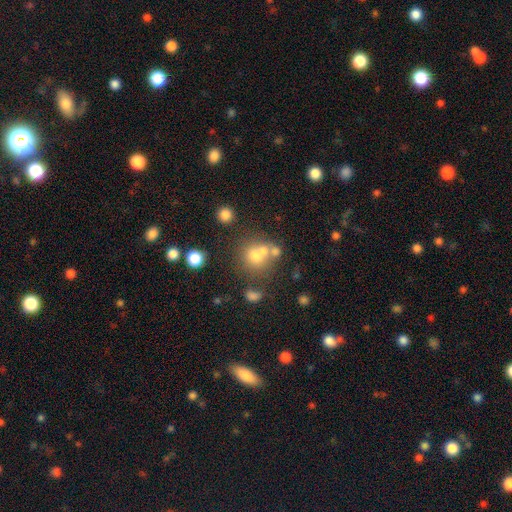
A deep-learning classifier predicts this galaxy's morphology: Smooth or featured: smooth — 65% (featured or disk — 19%)
How rounded: round — 84% (in between — 15%)
Merging: none — 46% (merger — 39%)